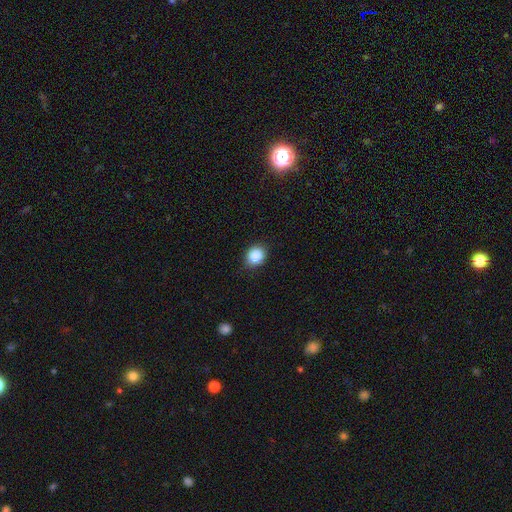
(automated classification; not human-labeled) Smooth or featured: smooth — 86% (star or artifact — 9%)
How rounded: round — 63% (in between — 36%)
Merging: none — 88% (minor disturbance — 8%)